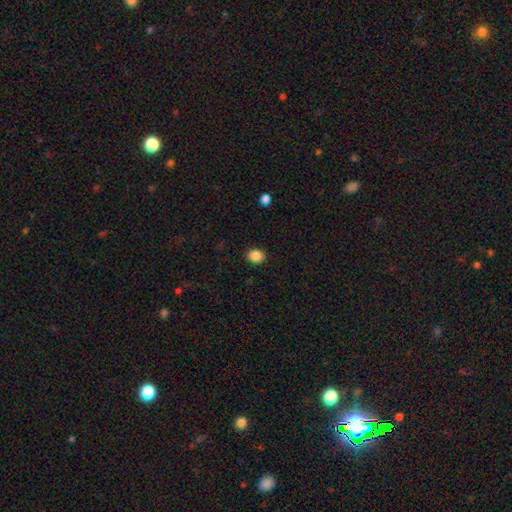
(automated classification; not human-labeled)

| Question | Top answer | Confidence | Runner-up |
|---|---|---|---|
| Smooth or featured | smooth | 87% | star or artifact (10%) |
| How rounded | round | 64% | in between (35%) |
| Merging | none | 90% | minor disturbance (7%) |